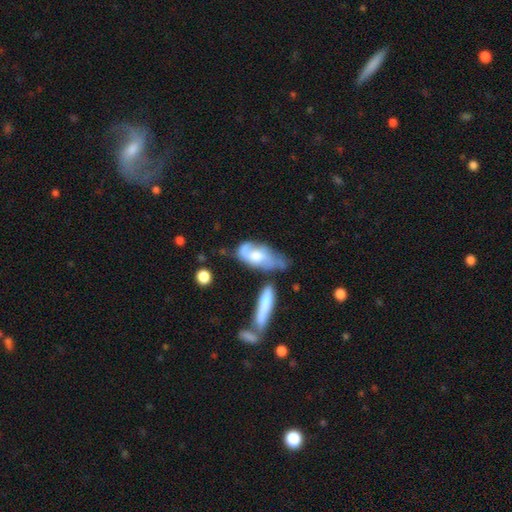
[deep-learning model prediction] A featured or disk galaxy (56%). Merging: none (32%).